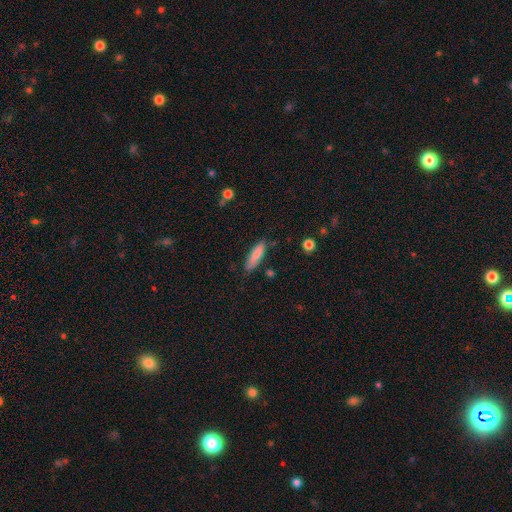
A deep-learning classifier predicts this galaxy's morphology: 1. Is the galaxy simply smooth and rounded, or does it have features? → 84% smooth, 10% featured or disk, 6% star or artifact.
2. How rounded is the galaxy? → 66% cigar-shaped, 32% in between, 2% round.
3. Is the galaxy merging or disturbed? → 79% none, 16% minor disturbance, 3% major disturbance, 2% merger.